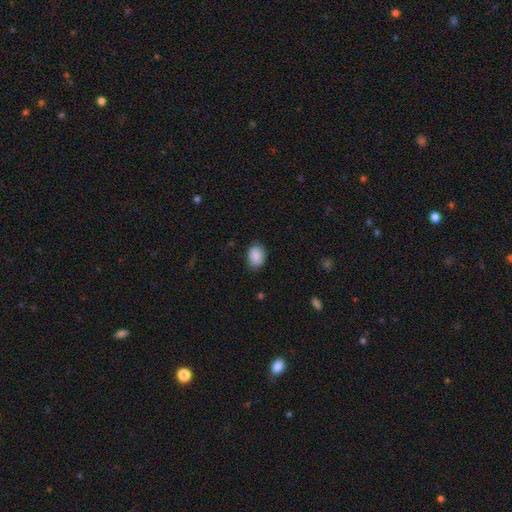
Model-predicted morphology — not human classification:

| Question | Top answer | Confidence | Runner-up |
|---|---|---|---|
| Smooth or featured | smooth | 87% | star or artifact (7%) |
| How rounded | in between | 74% | round (25%) |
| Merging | none | 80% | minor disturbance (16%) |